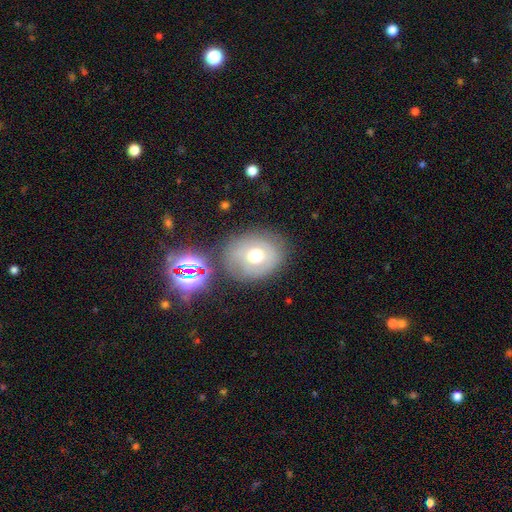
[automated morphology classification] smooth 57%, featured or disk 30%, star or artifact 14%. Down the decision tree: how rounded — round (62%); merging — none (68%).